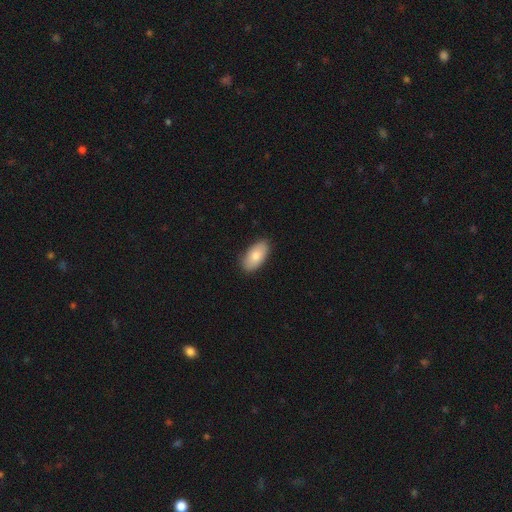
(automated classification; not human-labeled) Q: Smooth or featured?
A: smooth (80%); runner-up: featured or disk (14%)
Q: How rounded?
A: in between (94%); runner-up: round (3%)
Q: Merging?
A: none (87%); runner-up: minor disturbance (10%)